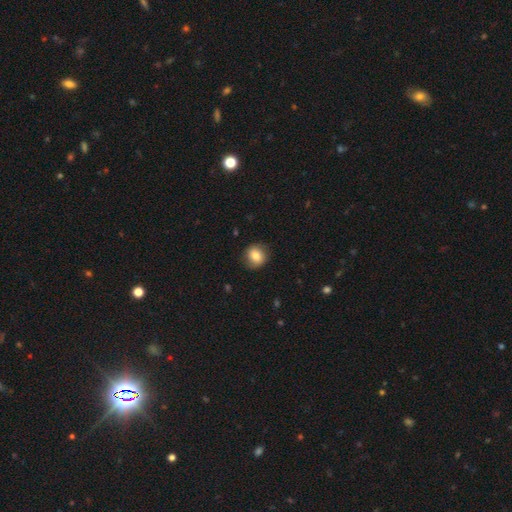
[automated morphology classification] Smooth or featured? smooth (79%)
How rounded? round (80%)
Merging? none (84%)